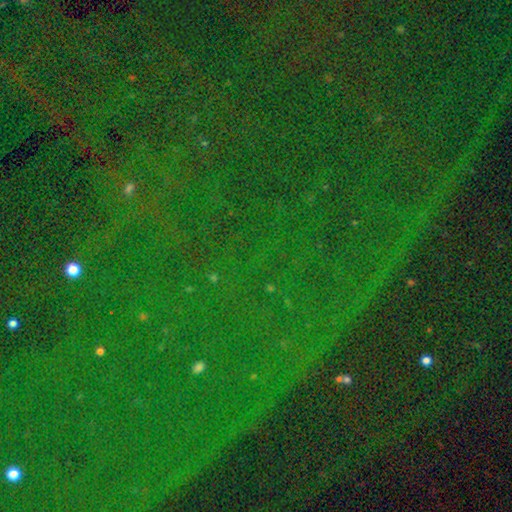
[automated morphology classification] type=star or artifact (84%).